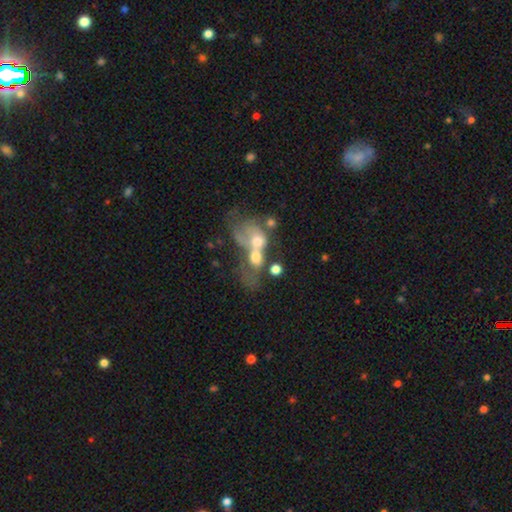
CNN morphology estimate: Overall: featured or disk (49%; smooth 39%). Merging: merger (70%).